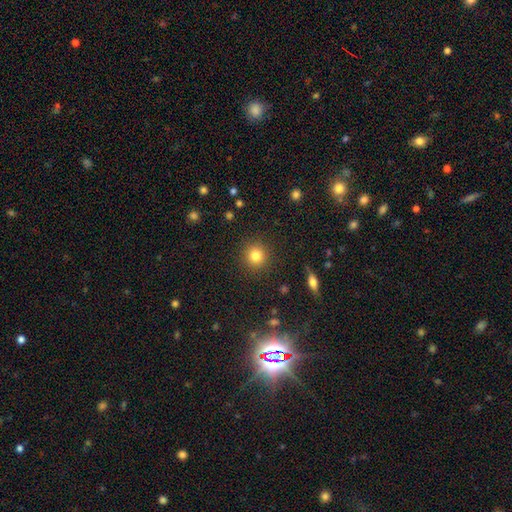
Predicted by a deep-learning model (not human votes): smooth 81%, star or artifact 12%, featured or disk 7%. Down the decision tree: how rounded — round (92%); merging — none (91%).